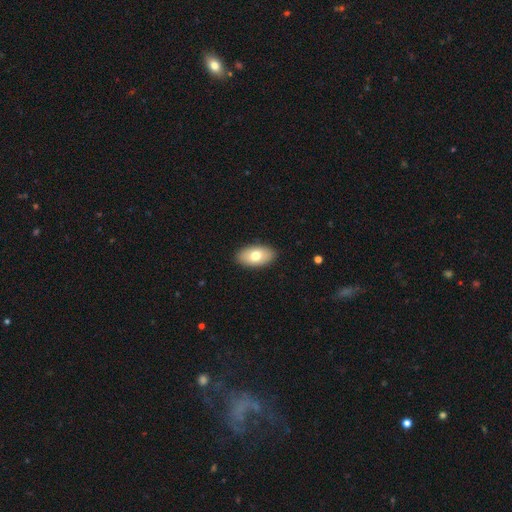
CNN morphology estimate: Smooth or featured? Predicted: smooth (p=0.73). How rounded? Predicted: in between (p=0.94). Merging? Predicted: none (p=0.90).